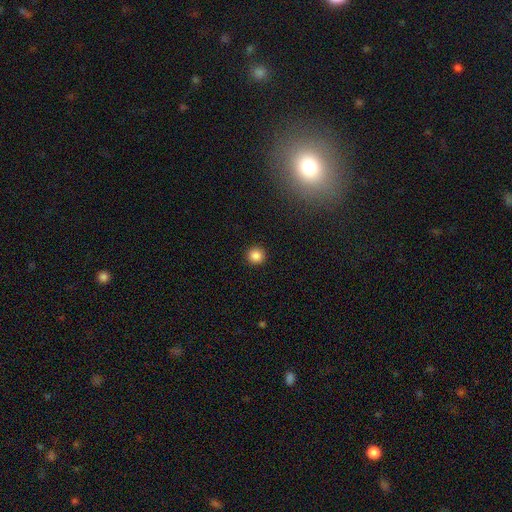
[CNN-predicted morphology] Smooth or featured?
  - smooth: 86% *
  - star or artifact: 11%
  - featured or disk: 3%
How rounded?
  - round: 95% *
  - in between: 4%
  - cigar-shaped: 1%
Merging?
  - none: 93% *
  - minor disturbance: 4%
  - major disturbance: 2%
  - merger: 1%